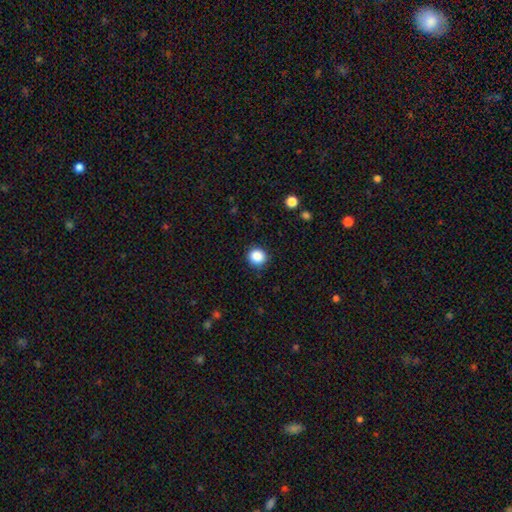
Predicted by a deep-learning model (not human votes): Overall: smooth (87%). How rounded: round (91%). Merging: none (89%).